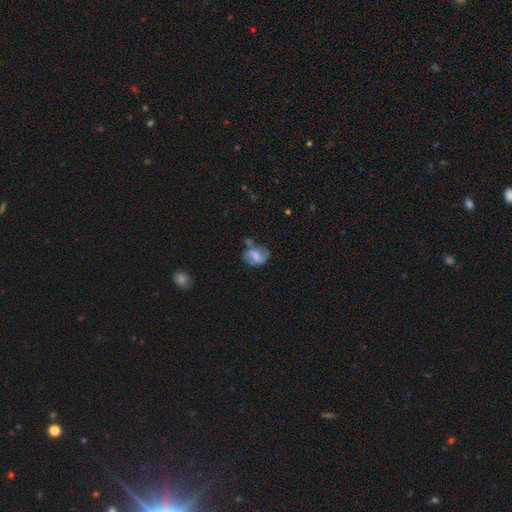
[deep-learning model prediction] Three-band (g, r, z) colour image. It shows a featured or disk galaxy (52%) with a weak bar (41%), spiral arms (70%) and no central bulge (36%). Merging: none (43%).